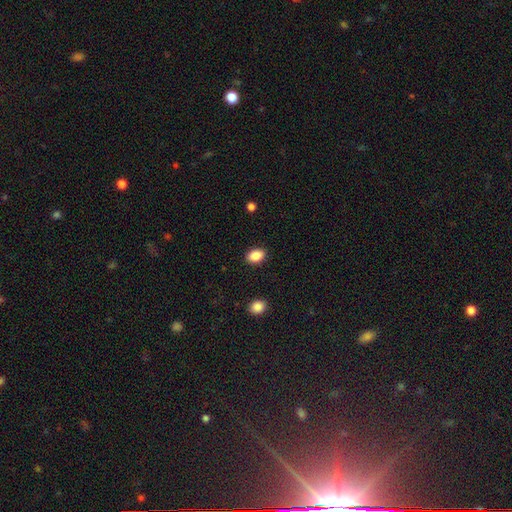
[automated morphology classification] The model was most divided on "how rounded": in between: 84%, round: 14%, cigar-shaped: 1%. More confident: merging — none (88%); smooth or featured — smooth (88%).